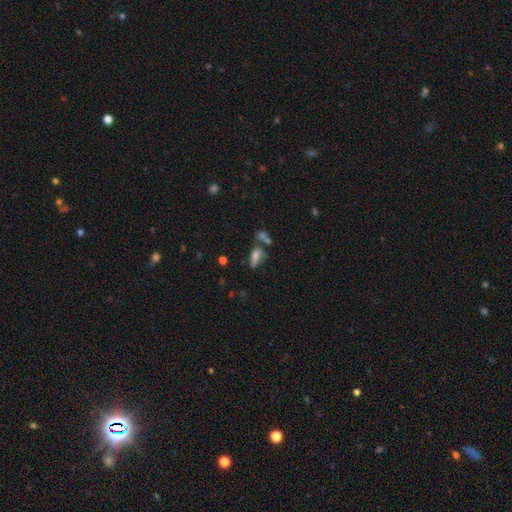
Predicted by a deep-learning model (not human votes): Morphology: type=smooth (61%); roundness=in between (76%); merging=none (37%).